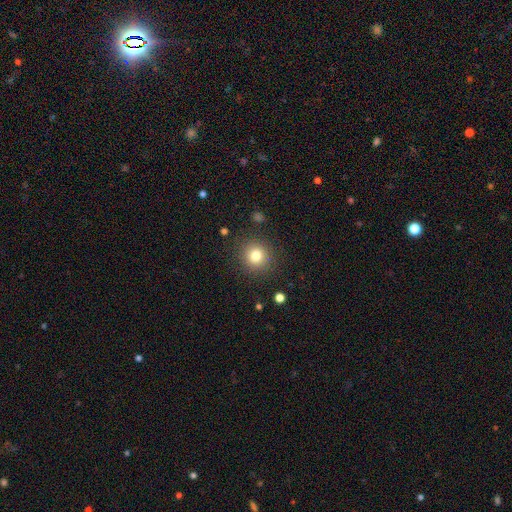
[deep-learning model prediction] Overall: smooth (80%). How rounded: round (91%). Merging: none (88%).